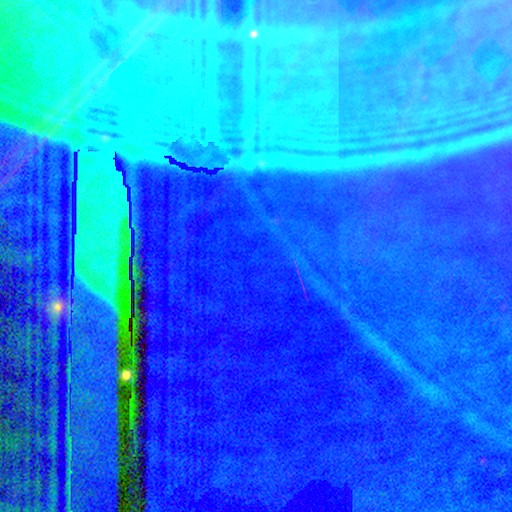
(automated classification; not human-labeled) This is clearly a star or artifact rather than a galaxy (88%).